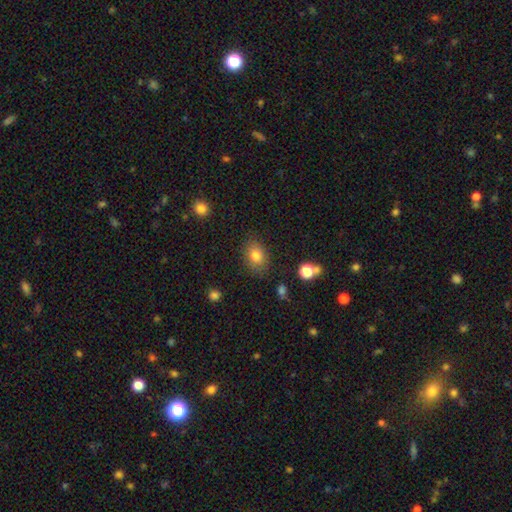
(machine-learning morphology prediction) Smooth or featured: smooth — 80% (star or artifact — 11%)
How rounded: in between — 66% (round — 32%)
Merging: none — 82% (minor disturbance — 12%)